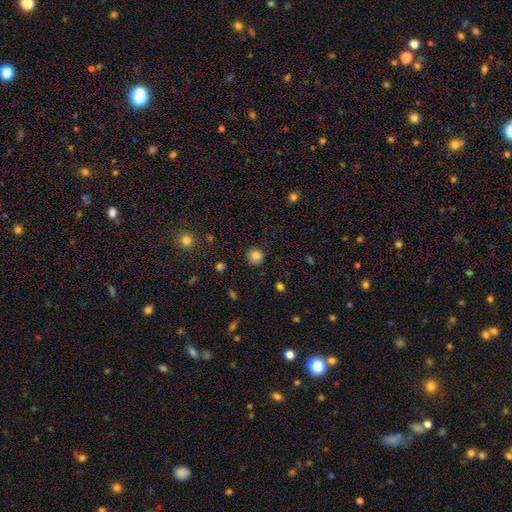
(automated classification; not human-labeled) Smooth or featured: smooth — 82% (star or artifact — 12%)
How rounded: round — 90% (in between — 9%)
Merging: none — 86% (minor disturbance — 10%)